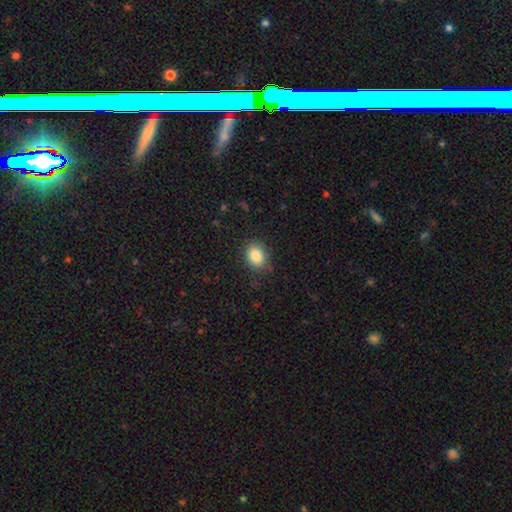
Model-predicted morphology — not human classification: type=smooth (85%); roundness=in between (58%); merging=none (84%).